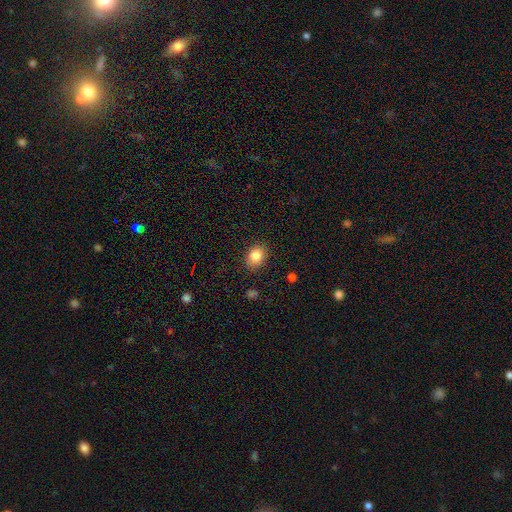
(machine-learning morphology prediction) Smooth or featured: smooth — 84% (star or artifact — 9%)
How rounded: in between — 58% (round — 41%)
Merging: none — 86% (minor disturbance — 10%)